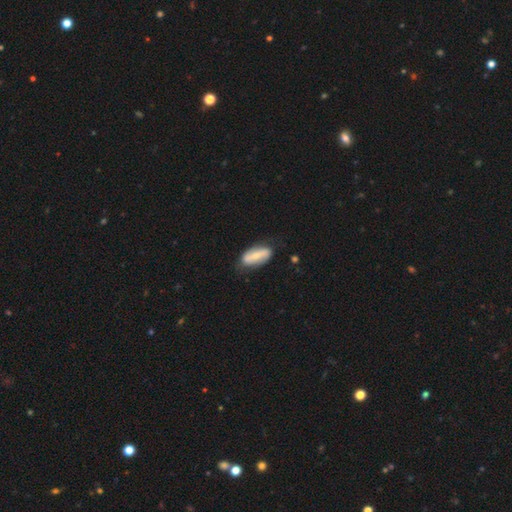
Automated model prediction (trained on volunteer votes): Smooth or featured? featured or disk (53%)
Edge-on disk? no (87%)
Merging? none (76%)